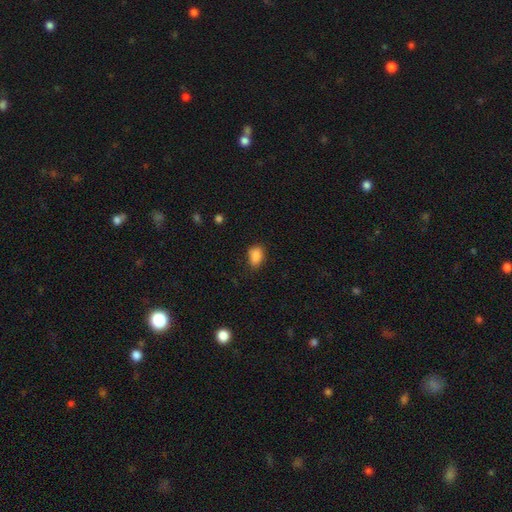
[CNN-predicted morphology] Smooth or featured: smooth — 87% (star or artifact — 9%)
How rounded: in between — 84% (round — 14%)
Merging: none — 74% (minor disturbance — 20%)